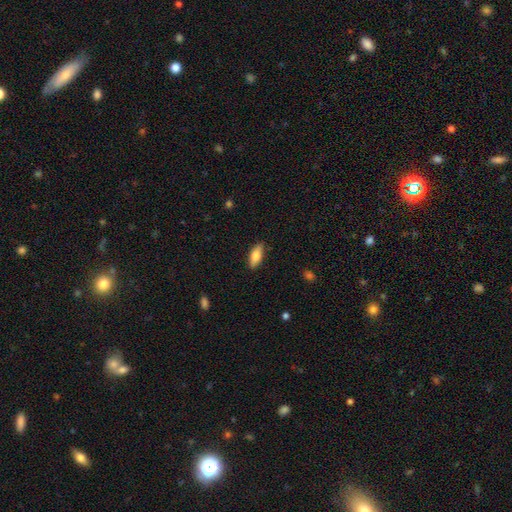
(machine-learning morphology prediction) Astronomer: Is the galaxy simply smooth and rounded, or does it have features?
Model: smooth — 76%.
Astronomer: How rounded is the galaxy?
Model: in between — 75%.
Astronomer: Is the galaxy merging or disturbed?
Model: none — 86%.